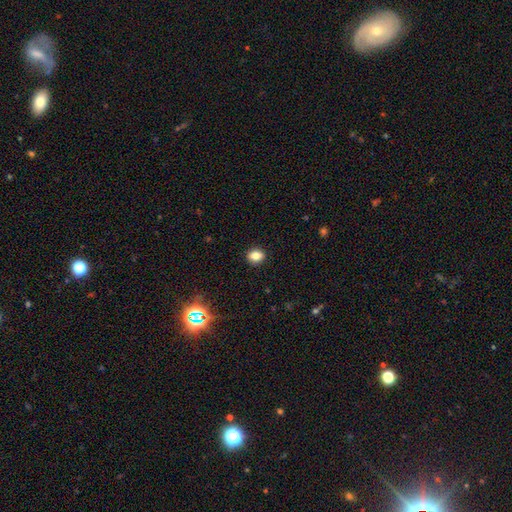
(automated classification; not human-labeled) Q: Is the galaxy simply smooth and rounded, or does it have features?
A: smooth — 83%.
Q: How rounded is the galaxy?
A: in between — 50%.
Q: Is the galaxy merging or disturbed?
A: none — 90%.